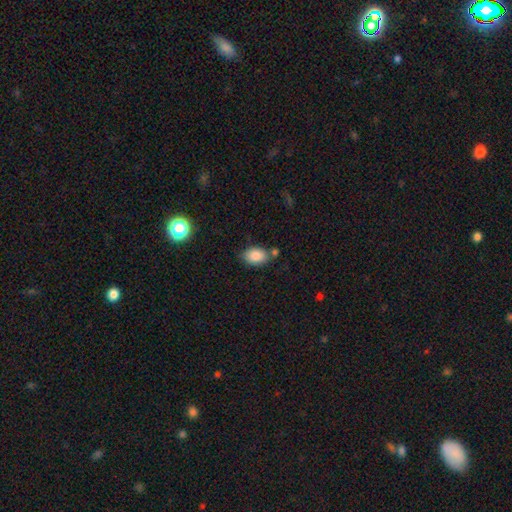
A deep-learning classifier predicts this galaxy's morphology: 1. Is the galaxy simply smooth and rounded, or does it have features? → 87% smooth, 8% star or artifact, 5% featured or disk.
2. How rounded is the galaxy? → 87% in between, 12% round, 1% cigar-shaped.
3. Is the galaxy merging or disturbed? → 68% none, 17% minor disturbance, 11% merger, 4% major disturbance.